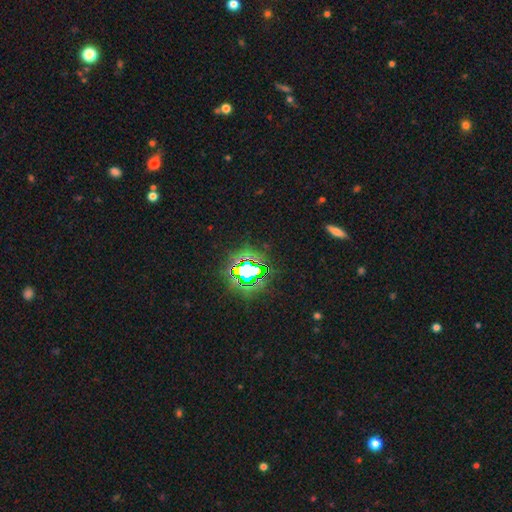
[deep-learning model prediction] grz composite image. It shows a star or artifact, not a galaxy (81%).